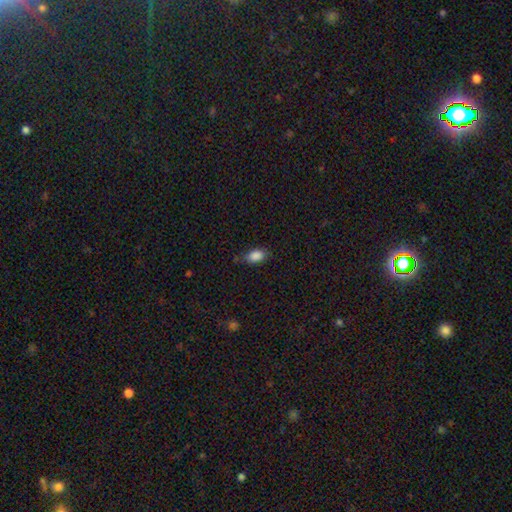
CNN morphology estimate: This appears to be a smooth galaxy with no disk features (87%) that is in between round and cigar-shaped (90%). Merging: none (77%).